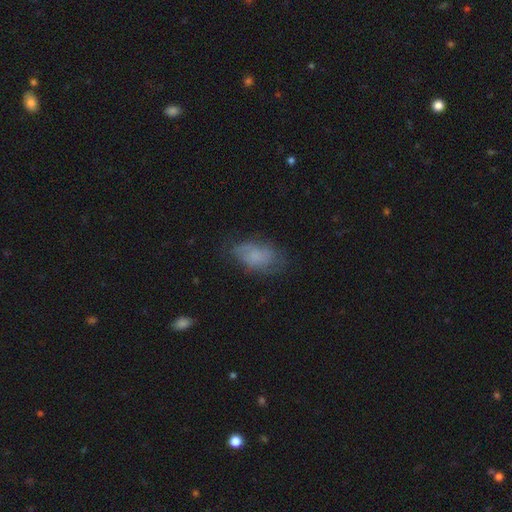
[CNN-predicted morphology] smooth_or_featured: smooth (p=0.61) [alt: featured or disk p=0.29]
how_rounded: in between (p=0.91) [alt: round p=0.06]
merging: none (p=0.60) [alt: minor disturbance p=0.26]